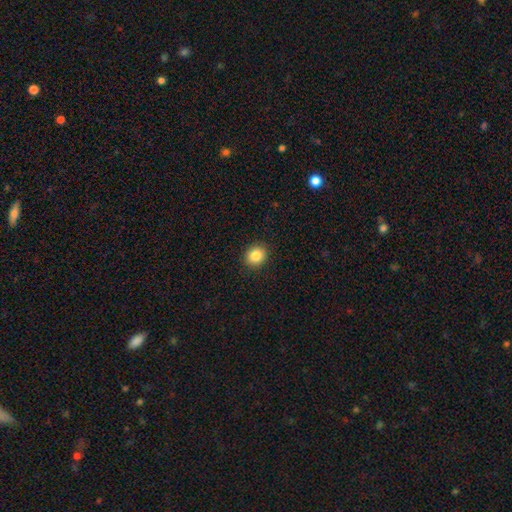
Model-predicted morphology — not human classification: smooth 85%, star or artifact 9%, featured or disk 5%. Down the decision tree: how rounded — round (76%); merging — none (92%).